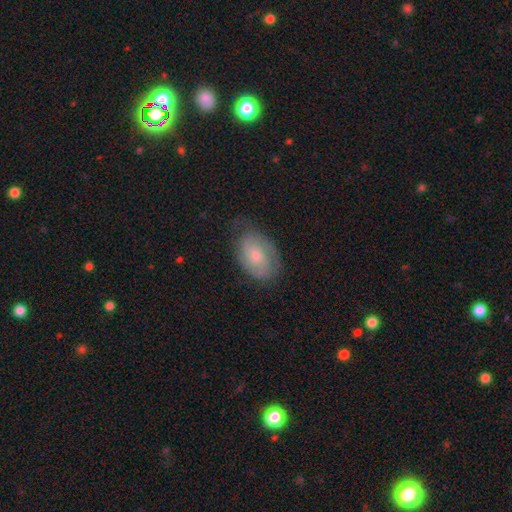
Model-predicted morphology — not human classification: This is possibly a featured or disk galaxy (54%). It is clearly not viewed edge-on (96%). Bar: likely no (70%). Spiral arm pattern: clearly yes (83%). Central bulge: possibly small (47%). Merging: likely none (65%).